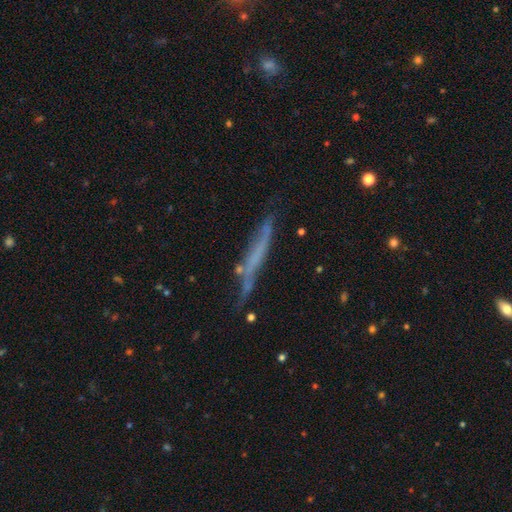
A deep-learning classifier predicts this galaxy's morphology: Overall: featured or disk (47%; smooth 43%). Merging: none (65%).